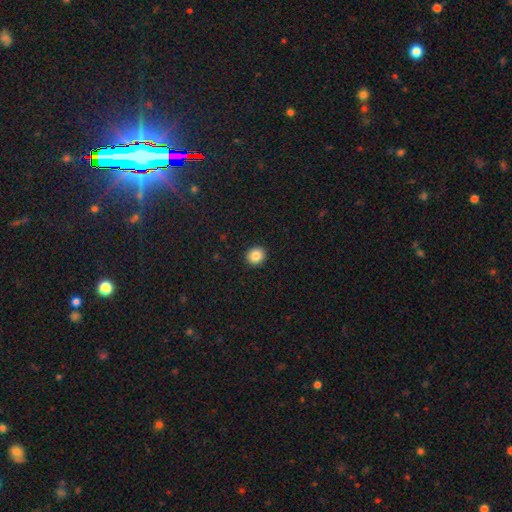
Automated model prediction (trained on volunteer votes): Smooth or featured?
  - smooth: 86% *
  - star or artifact: 9%
  - featured or disk: 5%
How rounded?
  - round: 86% *
  - in between: 13%
  - cigar-shaped: 1%
Merging?
  - none: 93% *
  - minor disturbance: 5%
  - major disturbance: 2%
  - merger: 1%